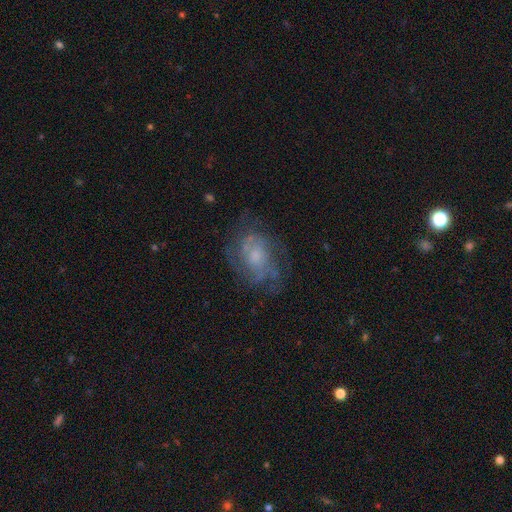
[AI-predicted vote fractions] smooth-or-featured: featured or disk: 66% | smooth: 24% | star or artifact: 10%
  disk-edge-on: no: 97% | yes: 3%
    bar: no: 76% | weak: 21% | strong: 3%
    has-spiral-arms: yes: 73% | no: 27%
    bulge-size: small: 46% | moderate: 38% | none: 8% | large: 5% | dominant: 1%
  merging: none: 62% | minor disturbance: 20% | major disturbance: 16% | merger: 2%